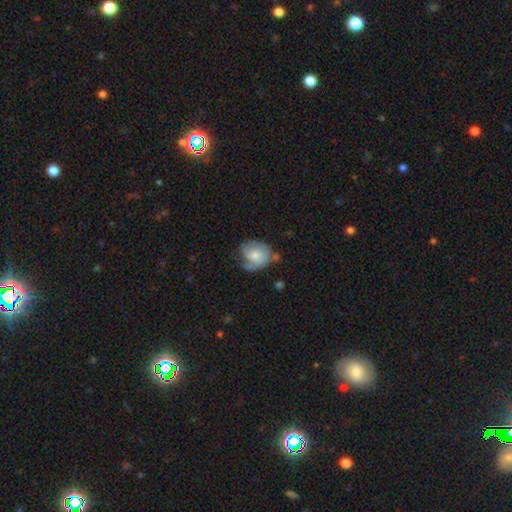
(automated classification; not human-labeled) A featured or disk galaxy (47%).

Vote fractions:
- Smooth or featured? featured or disk: 47% / smooth: 46% / star or artifact: 7%
- Merging? none: 42% / minor disturbance: 32% / major disturbance: 20% / merger: 6%